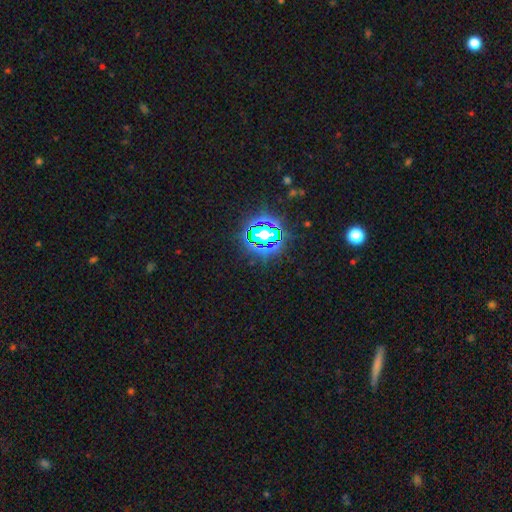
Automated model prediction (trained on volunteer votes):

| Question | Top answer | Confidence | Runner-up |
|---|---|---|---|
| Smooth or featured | star or artifact | 79% | smooth (14%) |